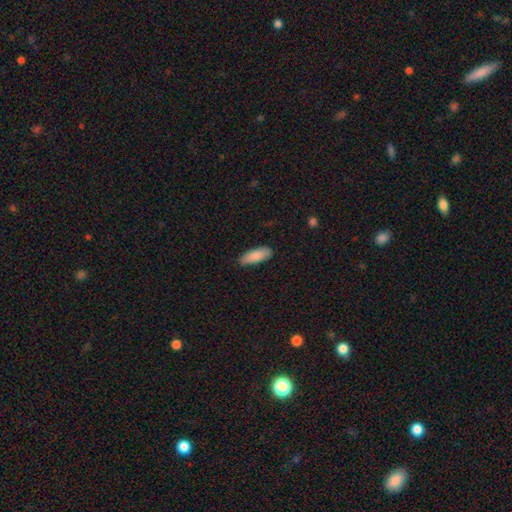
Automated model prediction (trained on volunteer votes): Smooth or featured? smooth (87%)
How rounded? in between (69%)
Merging? none (84%)